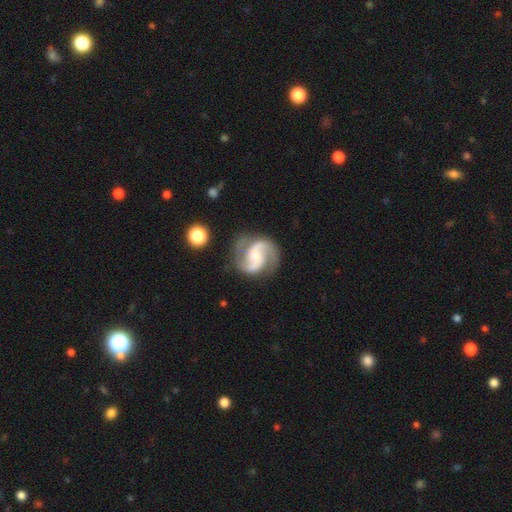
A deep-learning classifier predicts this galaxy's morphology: type=featured or disk (90%); edge-on=no (98%); bar=no (45%); spiral arms=yes (98%); winding=medium (59%); arm count=2 (89%); bulge=moderate (49%); merging=none (77%).